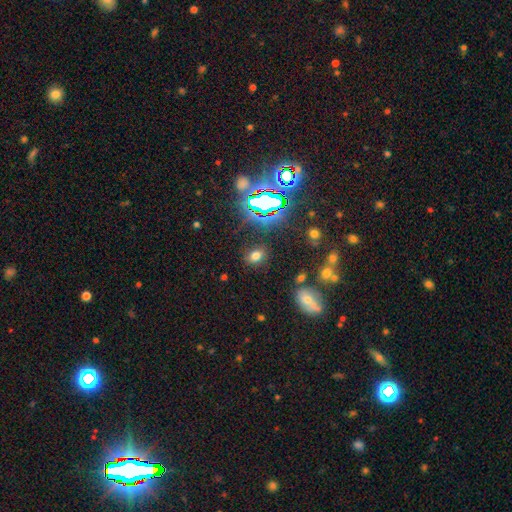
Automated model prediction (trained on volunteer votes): A smooth galaxy with no disk features (64%) that is in between round and cigar-shaped (62%). Merging: none (83%).